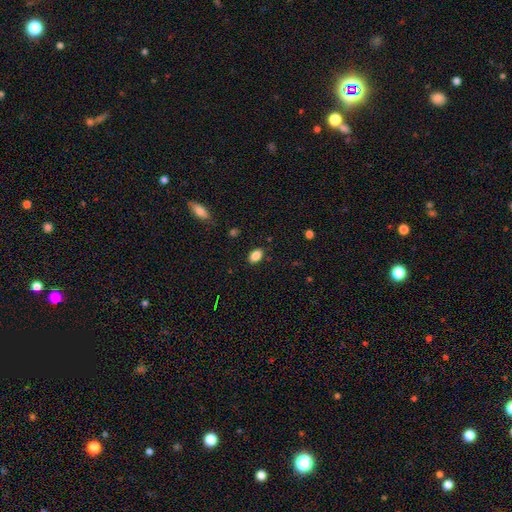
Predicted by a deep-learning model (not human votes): The model was most divided on "merging": none: 86%, minor disturbance: 10%, major disturbance: 2%, merger: 1%. More confident: how rounded — in between (88%); smooth or featured — smooth (86%).